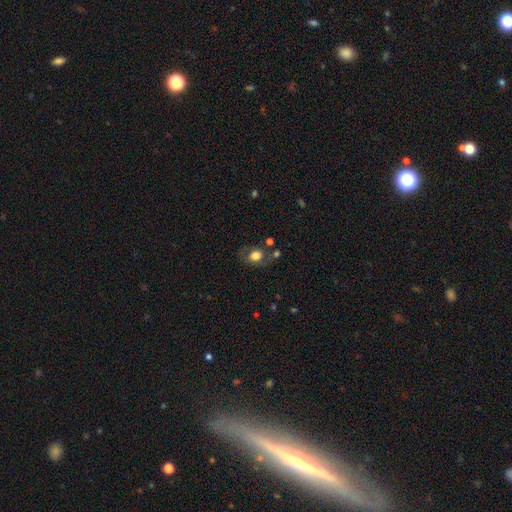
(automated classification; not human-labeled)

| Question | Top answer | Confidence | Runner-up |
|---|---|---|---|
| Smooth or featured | smooth | 67% | featured or disk (22%) |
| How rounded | in between | 53% | round (46%) |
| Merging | none | 65% | minor disturbance (18%) |